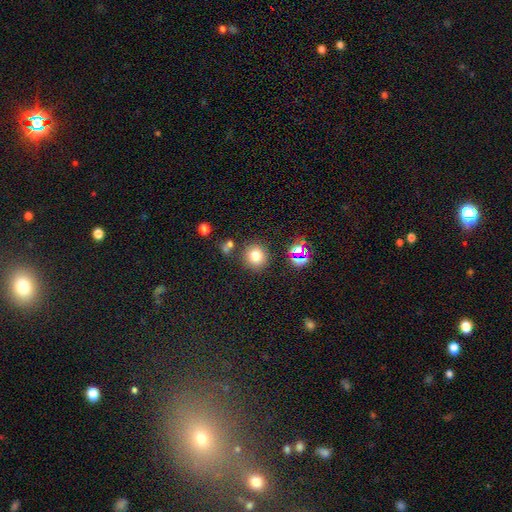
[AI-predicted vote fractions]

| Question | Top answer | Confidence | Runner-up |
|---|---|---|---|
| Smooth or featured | smooth | 75% | star or artifact (17%) |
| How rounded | round | 89% | in between (10%) |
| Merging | none | 82% | minor disturbance (9%) |